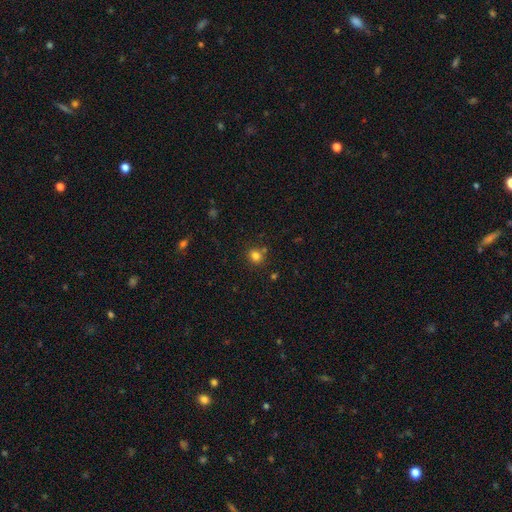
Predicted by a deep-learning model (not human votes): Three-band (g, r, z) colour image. It shows a smooth galaxy with no disk features (80%) that is round (74%). Merging: none (77%).